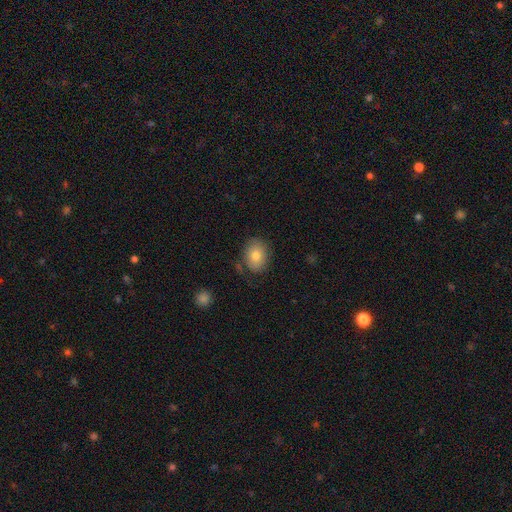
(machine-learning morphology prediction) A smooth galaxy with no disk features (77%) that is in between round and cigar-shaped (59%).

Vote fractions:
- Smooth or featured? smooth: 77% / featured or disk: 15% / star or artifact: 8%
- How rounded? in between: 59% / round: 40% / cigar-shaped: 1%
- Merging? none: 74% / minor disturbance: 17% / major disturbance: 6% / merger: 3%